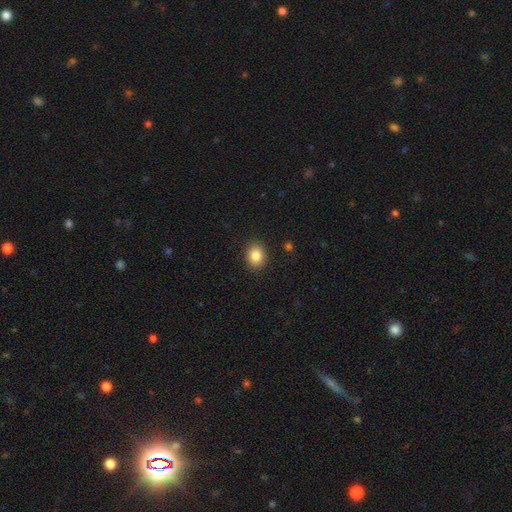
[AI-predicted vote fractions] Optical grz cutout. It shows a smooth galaxy with no disk features (85%) that is round (58%). Merging: none (90%).